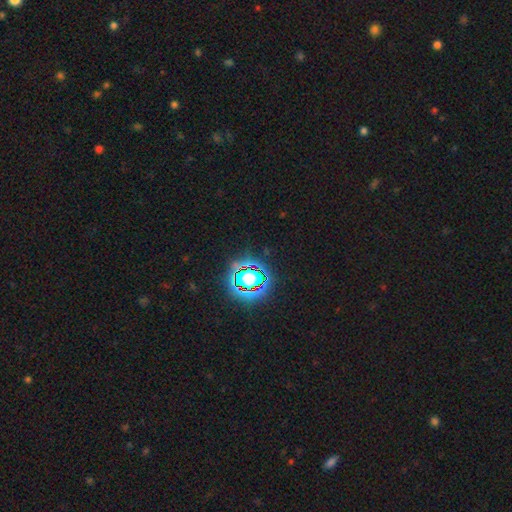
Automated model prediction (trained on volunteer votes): The model was most divided on "smooth or featured": star or artifact: 82%, smooth: 11%, featured or disk: 7%.